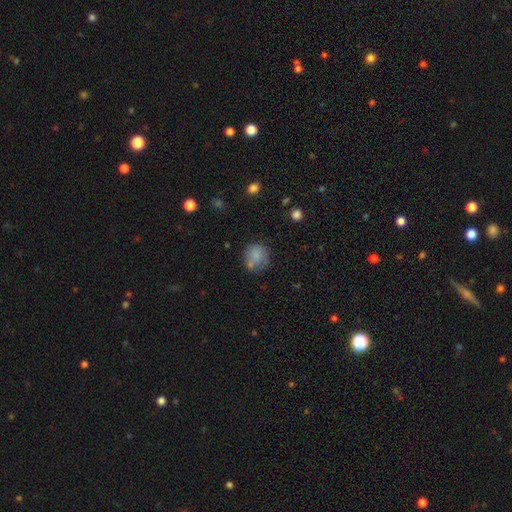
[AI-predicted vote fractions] Smooth or featured?
  - smooth: 78% *
  - featured or disk: 11%
  - star or artifact: 10%
How rounded?
  - round: 77% *
  - in between: 22%
  - cigar-shaped: 1%
Merging?
  - none: 57% *
  - minor disturbance: 21%
  - merger: 14%
  - major disturbance: 9%